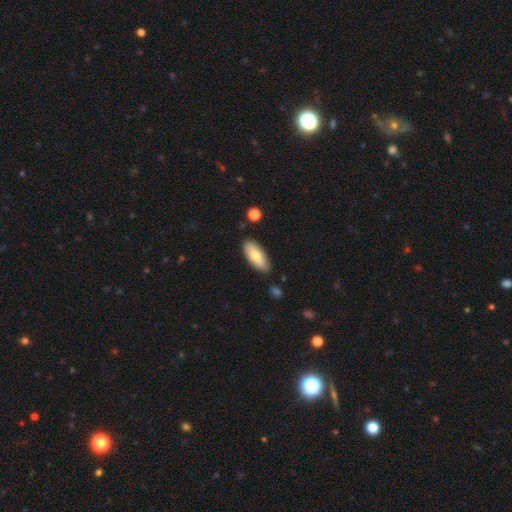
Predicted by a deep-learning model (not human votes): Smooth or featured? smooth (73%)
How rounded? in between (81%)
Merging? none (84%)